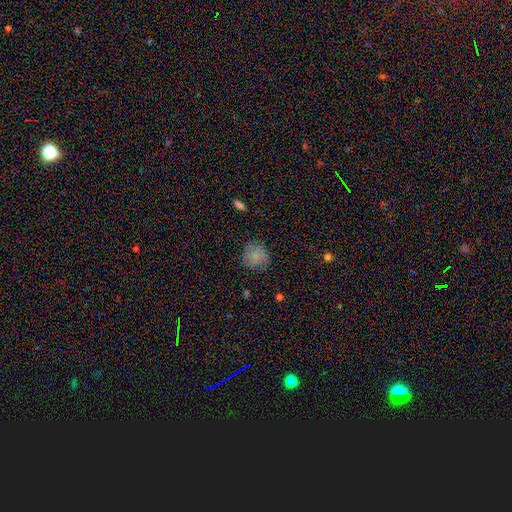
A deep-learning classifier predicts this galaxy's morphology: Smooth or featured? smooth (80%)
How rounded? round (84%)
Merging? none (79%)